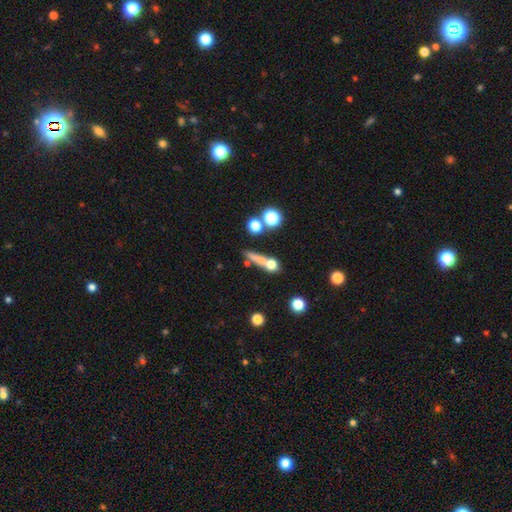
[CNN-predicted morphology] This appears to be a smooth galaxy with no disk features (58%) that is cigar-shaped (61%). Merging: none (55%).